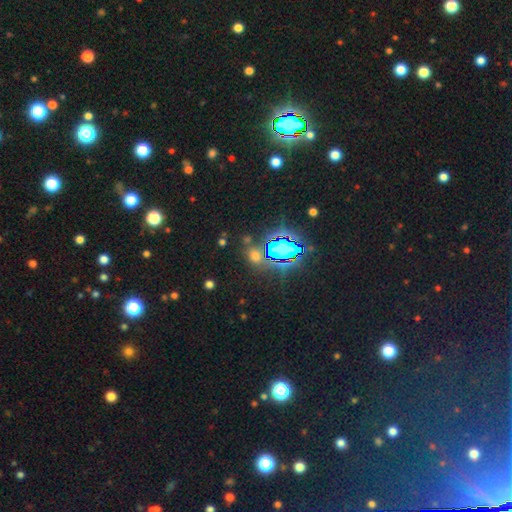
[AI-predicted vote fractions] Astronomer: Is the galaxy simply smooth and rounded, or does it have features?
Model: star or artifact — 50% (runner-up: smooth, 41%).